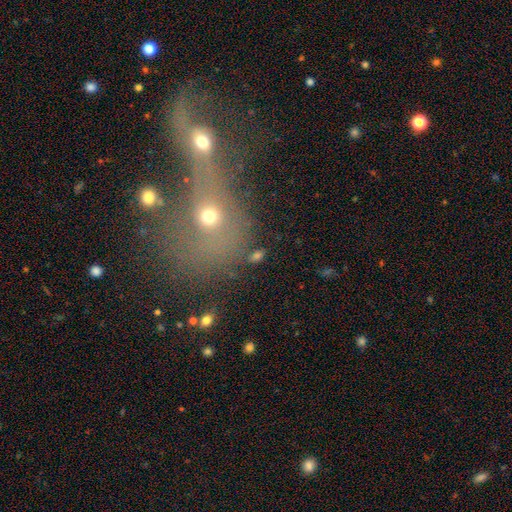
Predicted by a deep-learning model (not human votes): Q: Smooth or featured?
A: smooth (44%); runner-up: star or artifact (33%)
Q: Merging?
A: none (39%); tied with: merger (39%)